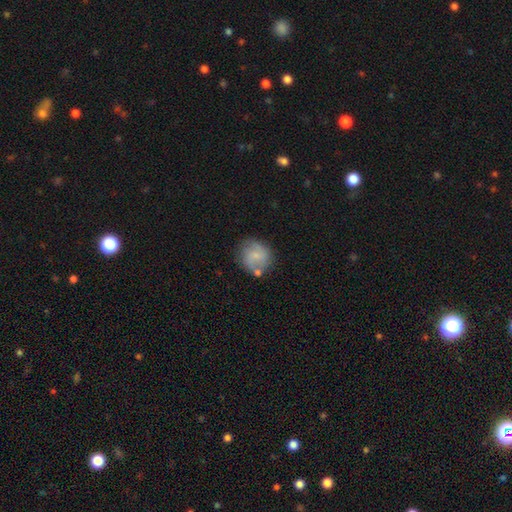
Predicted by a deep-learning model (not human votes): smooth 59%, featured or disk 33%, star or artifact 8%. Down the decision tree: how rounded — round (83%); merging — none (63%).